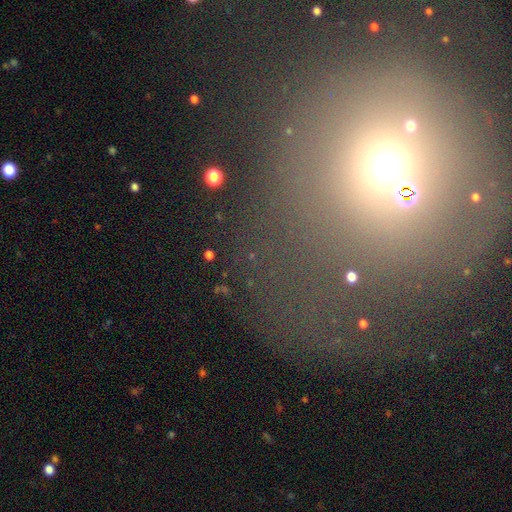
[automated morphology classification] Q: Smooth or featured?
A: star or artifact (58%); runner-up: smooth (28%)